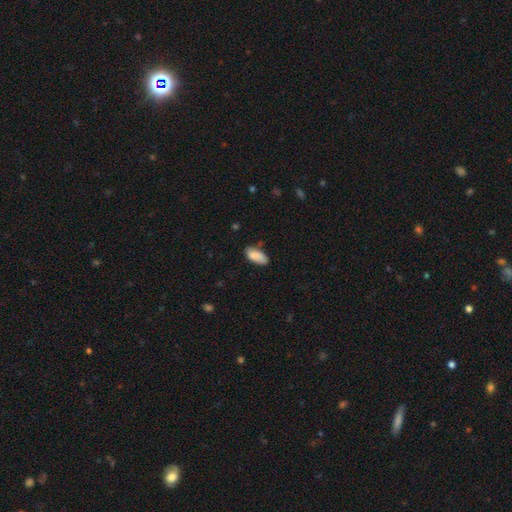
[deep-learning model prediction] Smooth or featured?
  - smooth: 86% *
  - featured or disk: 7%
  - star or artifact: 7%
How rounded?
  - in between: 86% *
  - cigar-shaped: 12%
  - round: 2%
Merging?
  - none: 69% *
  - minor disturbance: 23%
  - major disturbance: 4%
  - merger: 3%